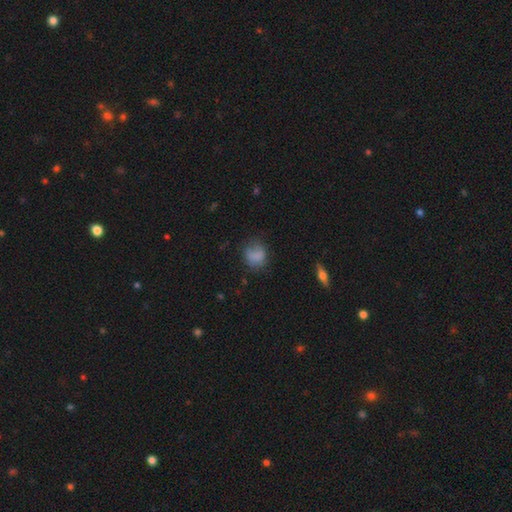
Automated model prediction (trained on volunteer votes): smooth 76%, featured or disk 13%, star or artifact 11%. Down the decision tree: how rounded — round (63%); merging — none (56%).